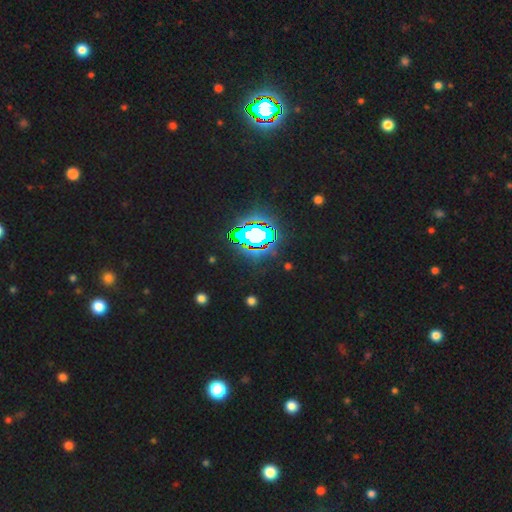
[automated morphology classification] type=star or artifact (81%).